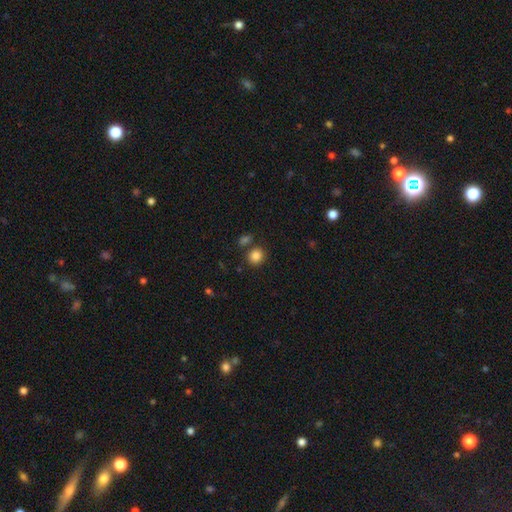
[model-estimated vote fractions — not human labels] This appears to be a smooth galaxy with no disk features (85%) that is round (83%). Merging: none (78%).